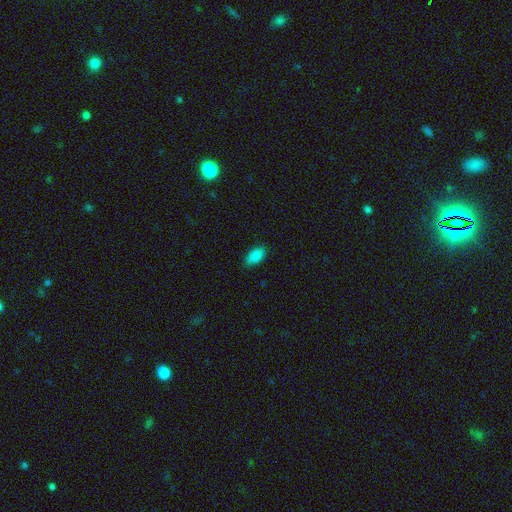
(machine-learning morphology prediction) This is clearly a smooth galaxy (87%). How rounded: clearly in between (93%). Merging: clearly none (84%).